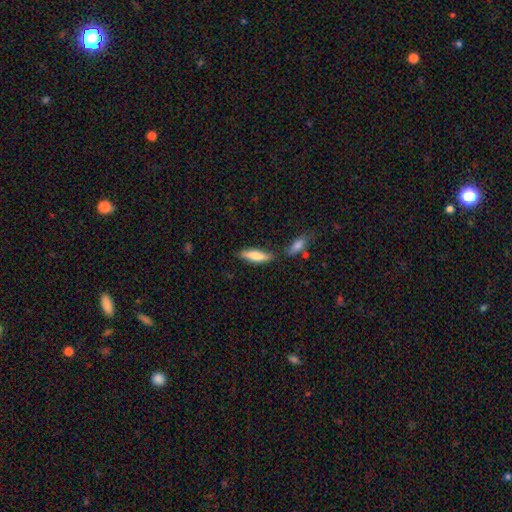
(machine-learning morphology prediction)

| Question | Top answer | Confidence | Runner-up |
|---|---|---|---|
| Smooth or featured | smooth | 71% | featured or disk (23%) |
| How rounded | cigar-shaped | 61% | in between (37%) |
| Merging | none | 73% | minor disturbance (13%) |